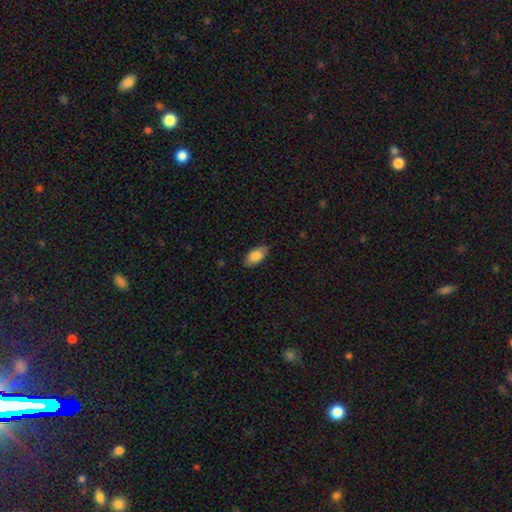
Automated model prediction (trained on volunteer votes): This appears to be a smooth galaxy with no disk features (85%) that is in between round and cigar-shaped (93%). Merging: none (82%).